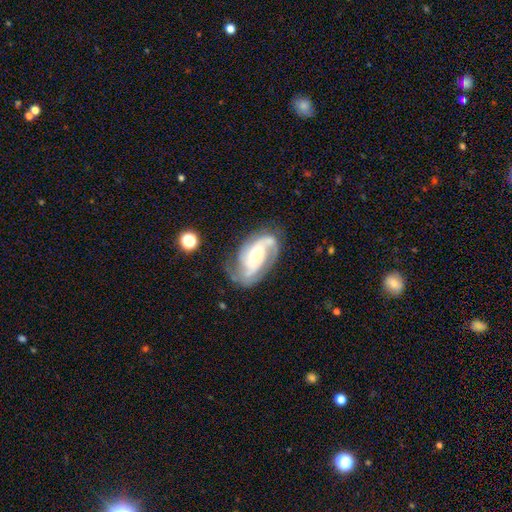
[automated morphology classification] This is clearly a featured or disk galaxy (86%). It is clearly not viewed edge-on (96%). Bar: possibly no (60%). Spiral arm pattern: clearly yes (96%). Spiral arm count: possibly 2 (53%). Spiral winding: possibly medium (46%). Central bulge: possibly small (48%). Merging: likely none (65%).